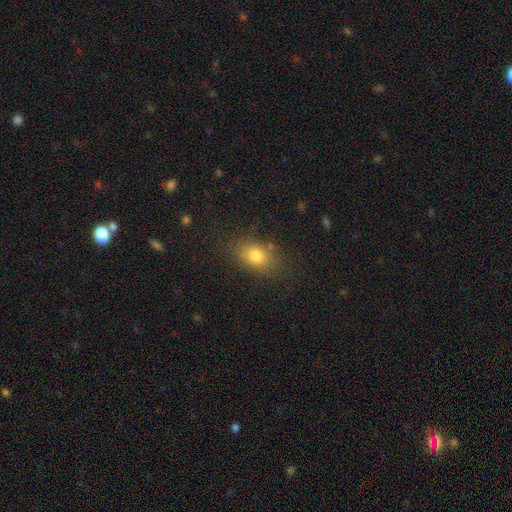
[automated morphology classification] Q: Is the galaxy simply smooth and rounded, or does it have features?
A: smooth — 78%.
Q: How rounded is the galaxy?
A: in between — 75%.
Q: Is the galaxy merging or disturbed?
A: none — 80%.